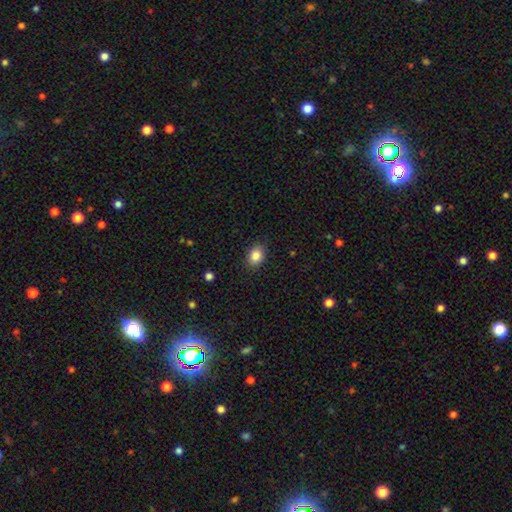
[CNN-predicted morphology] Smooth or featured?
  - smooth: 85% *
  - star or artifact: 9%
  - featured or disk: 6%
How rounded?
  - in between: 66% *
  - round: 33%
  - cigar-shaped: 1%
Merging?
  - none: 86% *
  - minor disturbance: 11%
  - major disturbance: 2%
  - merger: 1%